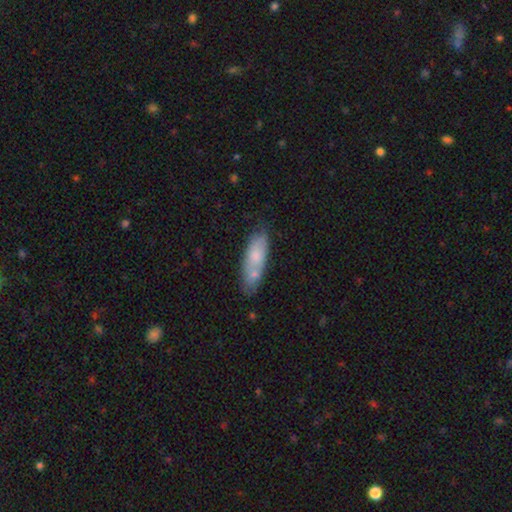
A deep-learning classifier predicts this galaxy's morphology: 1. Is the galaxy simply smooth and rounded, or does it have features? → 71% smooth, 23% featured or disk, 7% star or artifact.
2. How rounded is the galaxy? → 62% in between, 36% cigar-shaped, 2% round.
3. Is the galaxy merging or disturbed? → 56% none, 20% merger, 19% minor disturbance, 5% major disturbance.